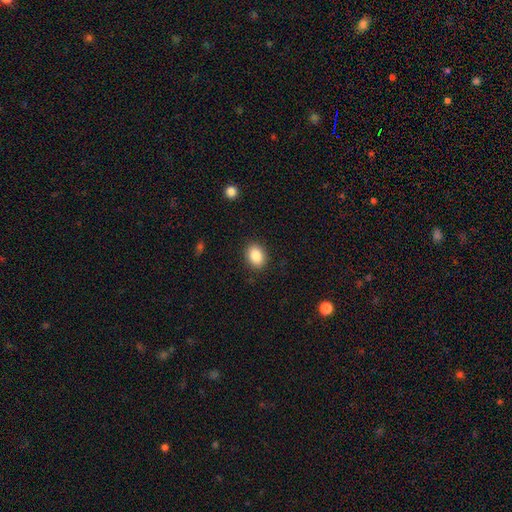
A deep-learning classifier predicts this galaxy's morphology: A smooth galaxy with no disk features (86%) that is in between round and cigar-shaped (69%).

Vote fractions:
- Smooth or featured? smooth: 86% / star or artifact: 8% / featured or disk: 6%
- How rounded? in between: 69% / round: 30% / cigar-shaped: 1%
- Merging? none: 88% / minor disturbance: 8% / major disturbance: 2% / merger: 1%